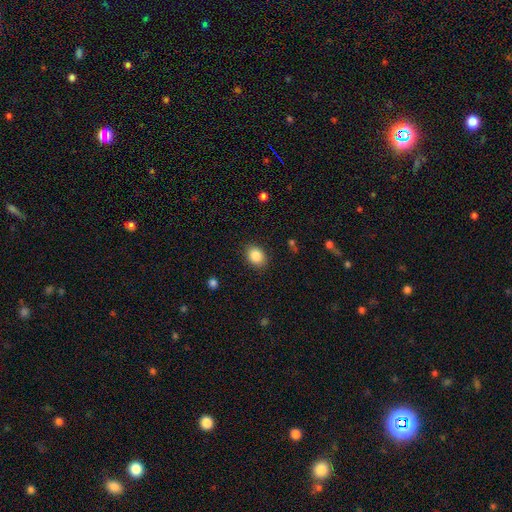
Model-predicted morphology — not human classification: A smooth galaxy with no disk features (86%) that is in between round and cigar-shaped (59%). Merging: none (87%).